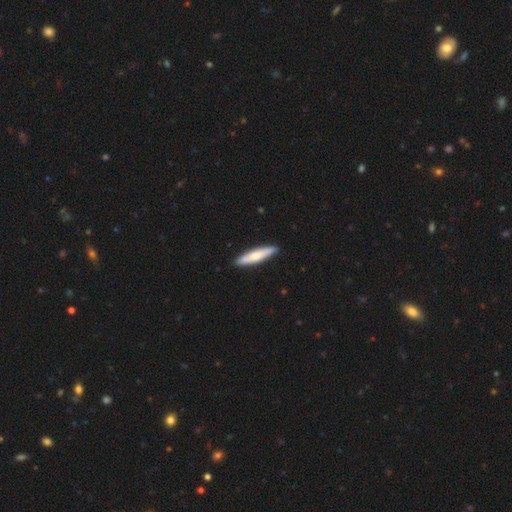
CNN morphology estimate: Smooth or featured? smooth (63%)
How rounded? cigar-shaped (86%)
Merging? none (89%)